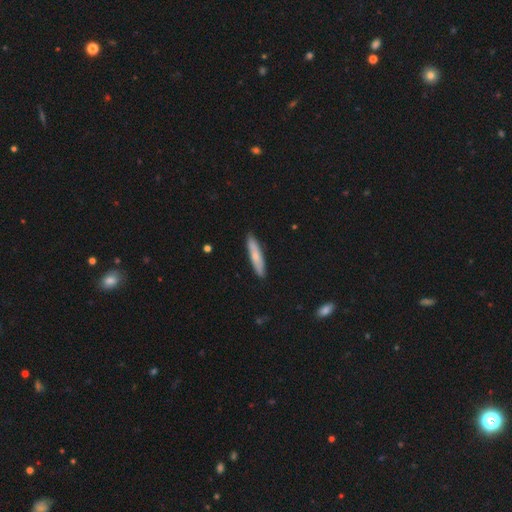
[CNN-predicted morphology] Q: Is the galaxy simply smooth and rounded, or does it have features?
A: smooth — 70%.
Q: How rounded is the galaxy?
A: cigar-shaped — 87%.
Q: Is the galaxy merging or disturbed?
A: none — 89%.